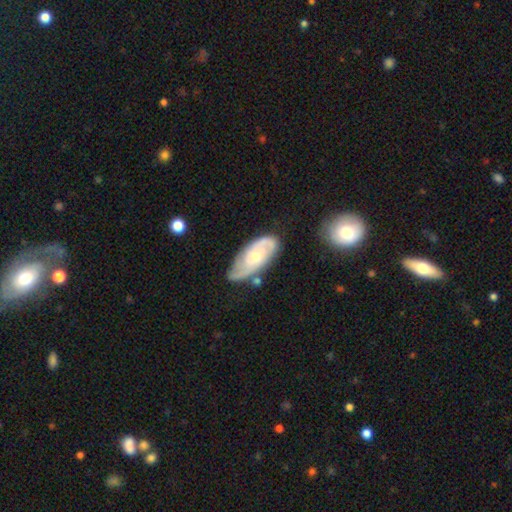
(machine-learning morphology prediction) smooth_or_featured: featured or disk (p=0.75) [alt: smooth p=0.20]
disk_edge_on: no (p=0.93) [alt: yes p=0.07]
bar: no (p=0.72) [alt: weak p=0.24]
has_spiral_arms: yes (p=0.91) [alt: no p=0.09]
spiral_winding: tight (p=0.46) [alt: medium p=0.39]
spiral_arm_count: 2 (p=0.59) [alt: can't tell p=0.21]
bulge_size: moderate (p=0.49) [alt: small p=0.47]
merging: none (p=0.64) [alt: minor disturbance p=0.24]